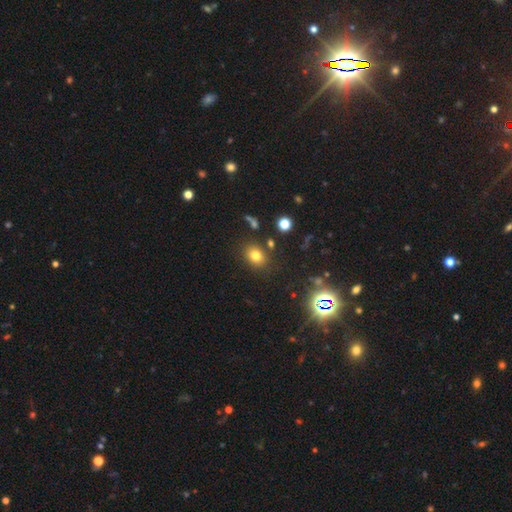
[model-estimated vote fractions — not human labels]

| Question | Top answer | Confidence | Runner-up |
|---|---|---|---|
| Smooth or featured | smooth | 76% | star or artifact (15%) |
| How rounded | round | 51% | in between (48%) |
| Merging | none | 81% | minor disturbance (10%) |